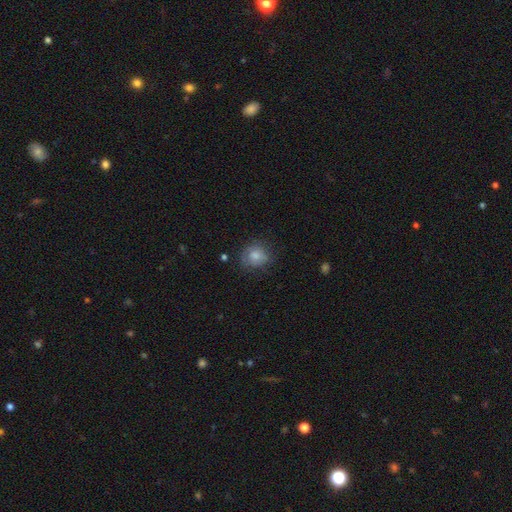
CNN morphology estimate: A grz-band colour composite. It shows a smooth galaxy with no disk features (69%) that is round (78%). Merging: none (68%).